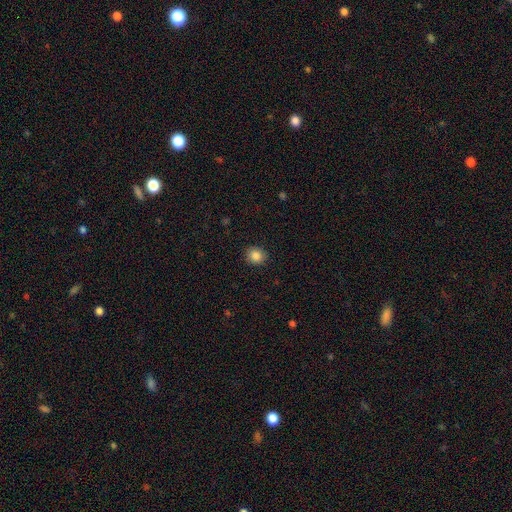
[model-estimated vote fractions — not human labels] Smooth or featured?
  - smooth: 86% *
  - star or artifact: 10%
  - featured or disk: 5%
How rounded?
  - round: 77% *
  - in between: 22%
  - cigar-shaped: 1%
Merging?
  - none: 90% *
  - minor disturbance: 7%
  - major disturbance: 2%
  - merger: 1%